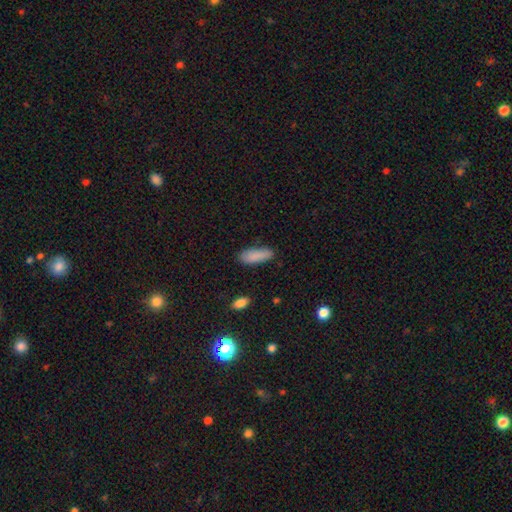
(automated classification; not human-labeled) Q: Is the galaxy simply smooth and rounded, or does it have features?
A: smooth — 88%.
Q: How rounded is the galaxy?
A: in between — 65%.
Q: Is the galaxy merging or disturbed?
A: none — 82%.